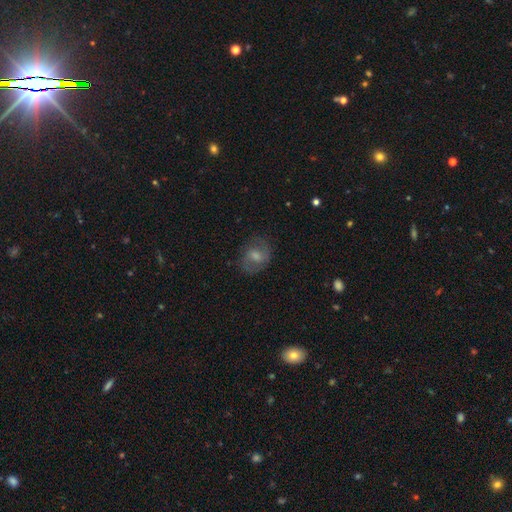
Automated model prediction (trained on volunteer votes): Smooth or featured: featured or disk — 58% (smooth — 29%)
Edge-on disk: no — 96% (yes — 4%)
Bar: weak — 49% (no — 38%)
Spiral arms: yes — 85% (no — 15%)
Bulge size: moderate — 52% (small — 26%)
Merging: none — 78% (minor disturbance — 15%)